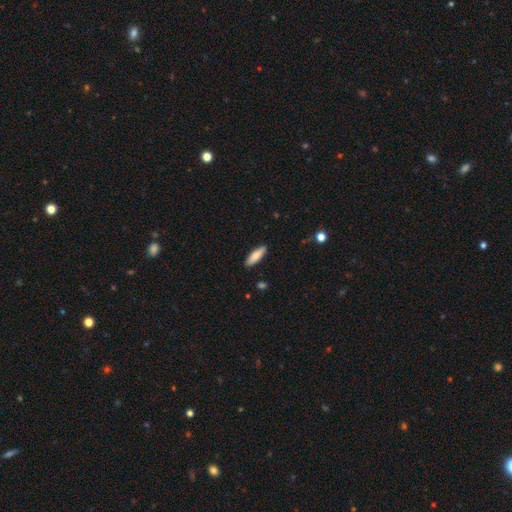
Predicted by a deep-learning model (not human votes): smooth 79%, featured or disk 15%, star or artifact 6%. Down the decision tree: how rounded — cigar-shaped (50%); merging — none (89%).